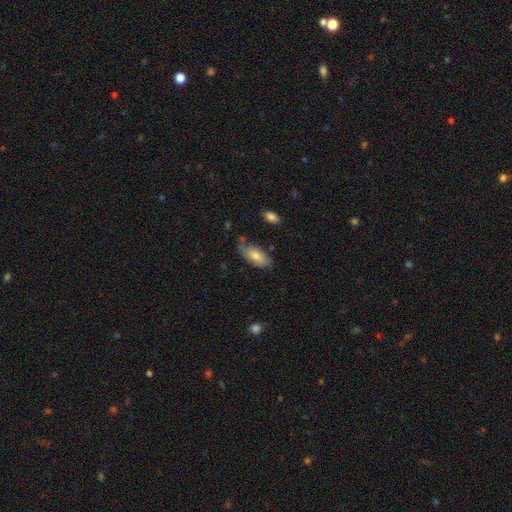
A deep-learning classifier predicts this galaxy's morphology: This appears to be a smooth galaxy with no disk features (71%) that is in between round and cigar-shaped (90%). Merging: none (63%).